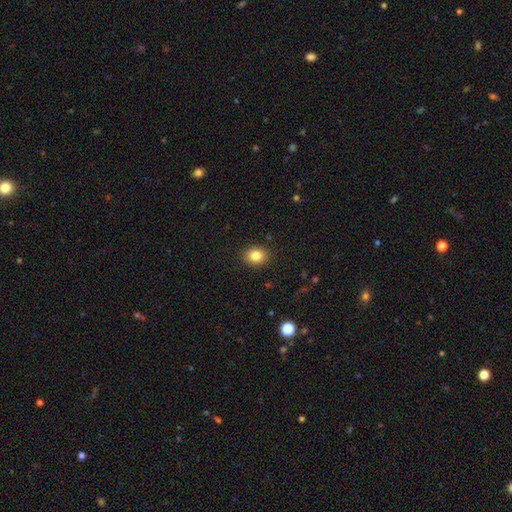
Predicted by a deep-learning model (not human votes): This appears to be a smooth galaxy with no disk features (84%) that is round (54%). Merging: none (89%).